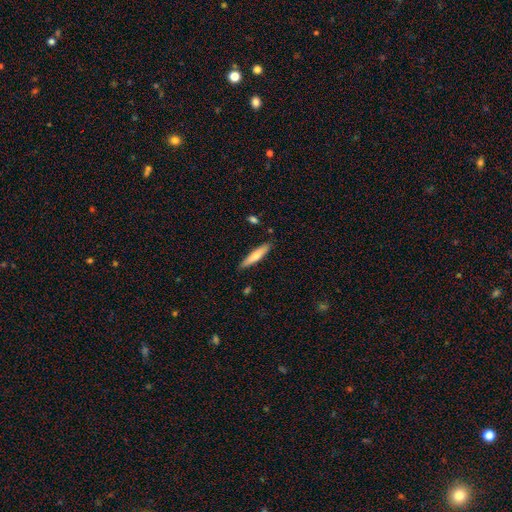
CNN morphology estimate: Smooth or featured: smooth — 66% (featured or disk — 29%)
How rounded: cigar-shaped — 86% (in between — 12%)
Merging: none — 87% (minor disturbance — 9%)